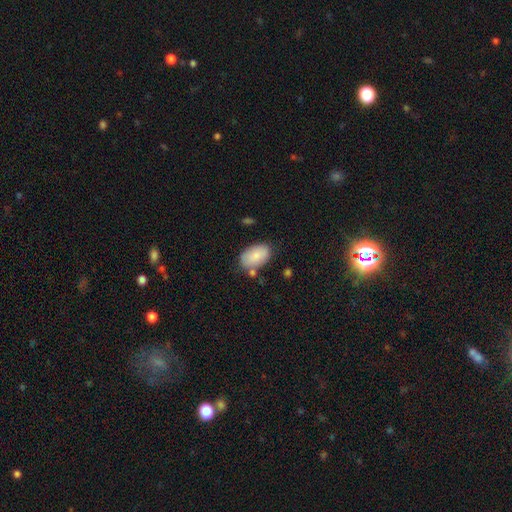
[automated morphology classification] Smooth or featured?
  - smooth: 84% *
  - featured or disk: 10%
  - star or artifact: 6%
How rounded?
  - in between: 92% *
  - round: 6%
  - cigar-shaped: 1%
Merging?
  - none: 70% *
  - minor disturbance: 18%
  - merger: 8%
  - major disturbance: 4%